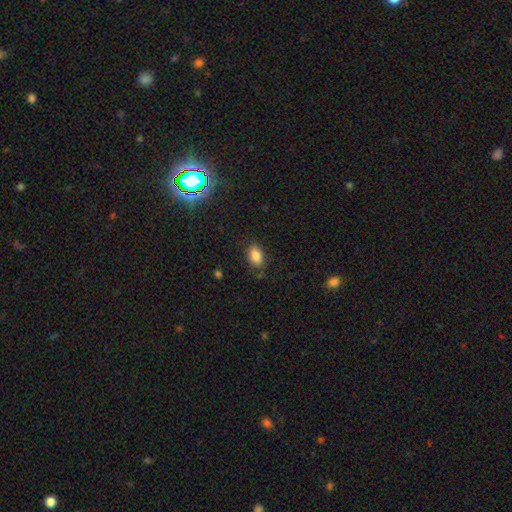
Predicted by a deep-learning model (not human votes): This appears to be a smooth galaxy with no disk features (85%) that is in between round and cigar-shaped (87%). Merging: none (81%).